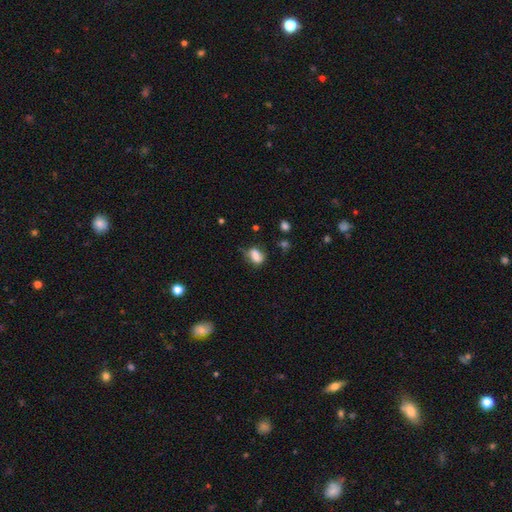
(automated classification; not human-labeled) Q: Smooth or featured?
A: smooth (81%); runner-up: star or artifact (10%)
Q: How rounded?
A: in between (79%); runner-up: round (18%)
Q: Merging?
A: none (51%); runner-up: minor disturbance (33%)